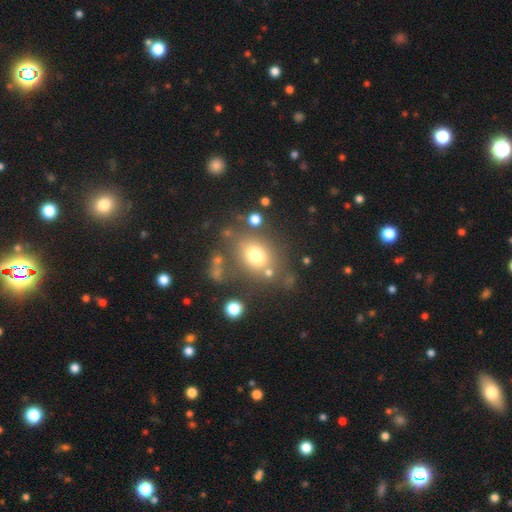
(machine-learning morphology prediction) Smooth or featured: smooth — 72% (star or artifact — 14%)
How rounded: round — 50% (in between — 49%)
Merging: none — 64% (minor disturbance — 16%)